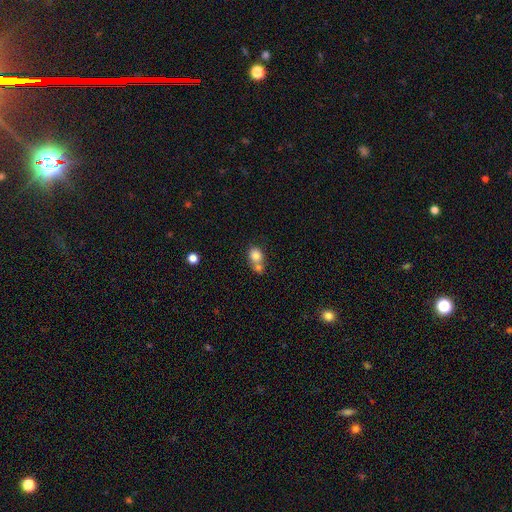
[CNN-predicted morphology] Overall: smooth (79%). How rounded: round (58%; in between 41%). Merging: merger (52%; none 35%).